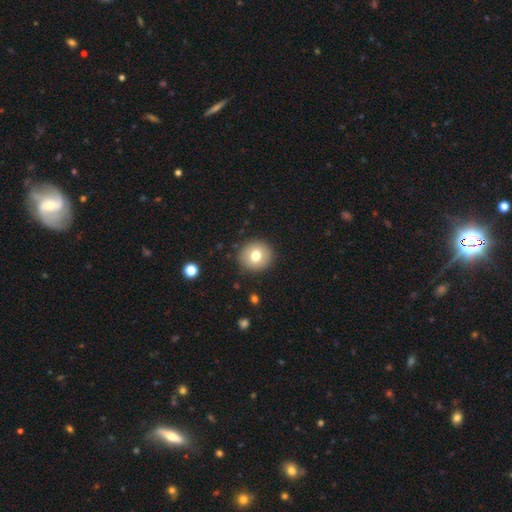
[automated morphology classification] Smooth or featured? smooth (75%)
How rounded? round (89%)
Merging? none (90%)